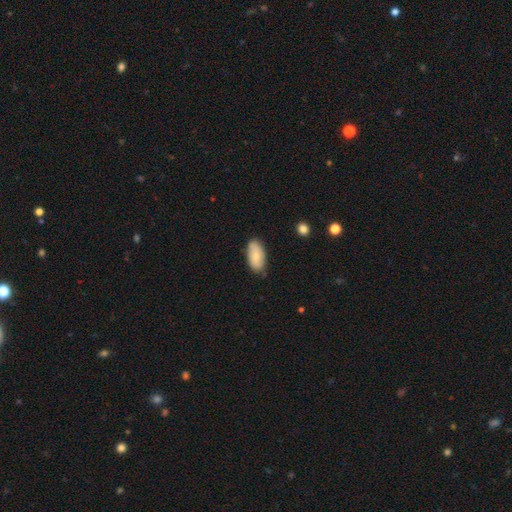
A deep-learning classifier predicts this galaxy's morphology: Smooth or featured? Predicted: smooth (p=0.74). How rounded? Predicted: in between (p=0.93). Merging? Predicted: none (p=0.78).